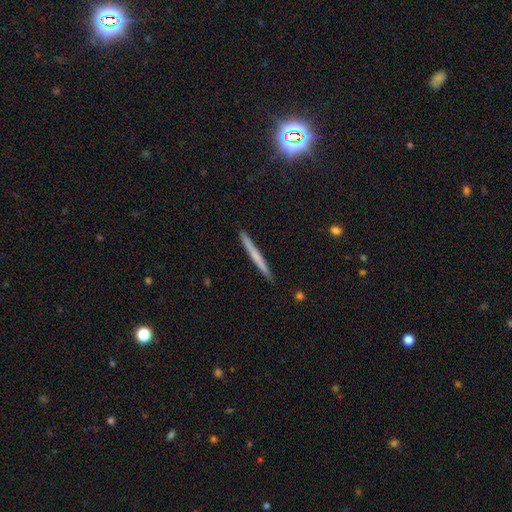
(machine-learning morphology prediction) A smooth galaxy with no disk features (54%) that is cigar-shaped (97%).

Vote fractions:
- Smooth or featured? smooth: 54% / featured or disk: 39% / star or artifact: 7%
- How rounded? cigar-shaped: 97% / in between: 2% / round: 1%
- Merging? none: 92% / minor disturbance: 6% / major disturbance: 1% / merger: 1%